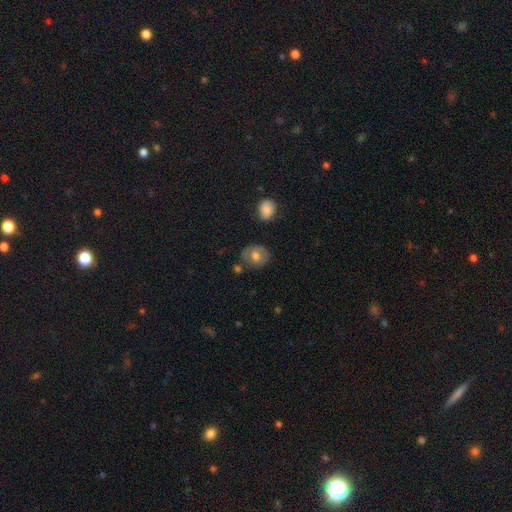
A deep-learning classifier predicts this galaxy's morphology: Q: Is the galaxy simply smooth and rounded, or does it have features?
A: smooth — 63%.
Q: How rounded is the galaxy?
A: round — 57%.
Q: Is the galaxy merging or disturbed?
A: none — 71%.